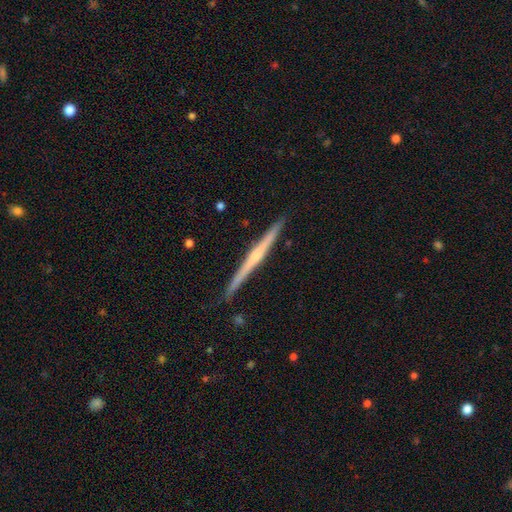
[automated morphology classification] A featured or disk galaxy (73%) viewed edge-on (98%) with a rounded central bulge (56%). Merging: none (90%).